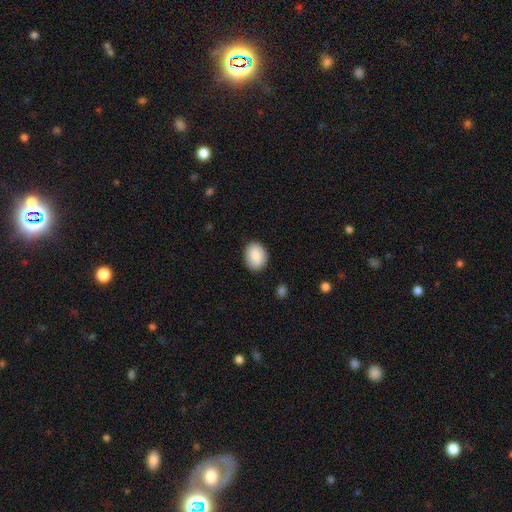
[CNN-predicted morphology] smooth 87%, star or artifact 6%, featured or disk 6%. Down the decision tree: how rounded — in between (63%); merging — none (87%).